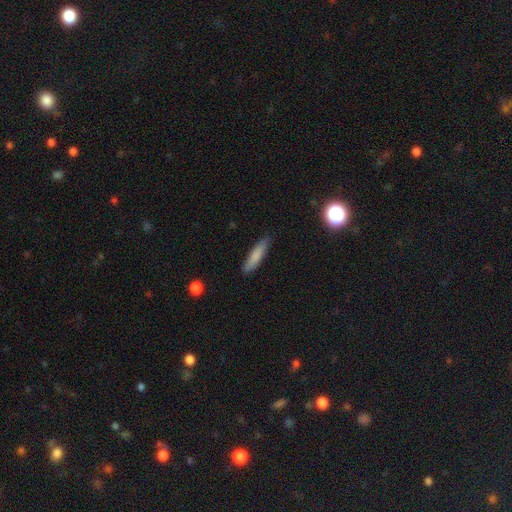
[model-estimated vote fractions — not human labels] Q: Smooth or featured?
A: smooth (81%); runner-up: featured or disk (13%)
Q: How rounded?
A: cigar-shaped (83%); runner-up: in between (16%)
Q: Merging?
A: none (87%); runner-up: minor disturbance (10%)